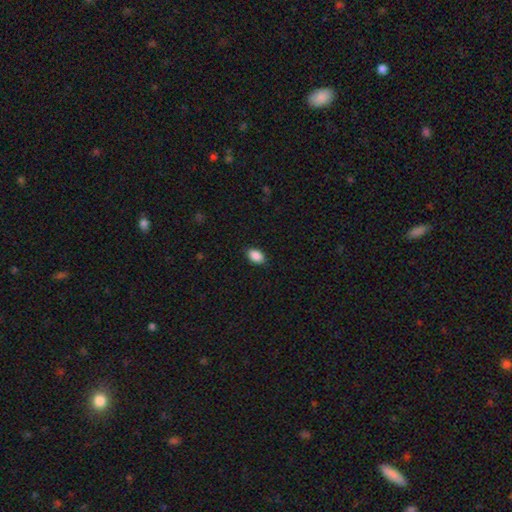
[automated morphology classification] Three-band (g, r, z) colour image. It shows a smooth galaxy with no disk features (90%) that is in between round and cigar-shaped (89%). Merging: none (88%).